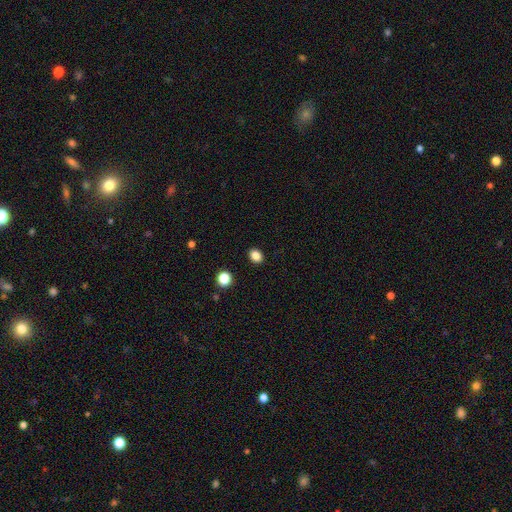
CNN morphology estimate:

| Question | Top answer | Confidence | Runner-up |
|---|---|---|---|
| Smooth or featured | smooth | 85% | star or artifact (12%) |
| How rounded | in between | 52% | round (47%) |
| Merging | none | 90% | minor disturbance (7%) |